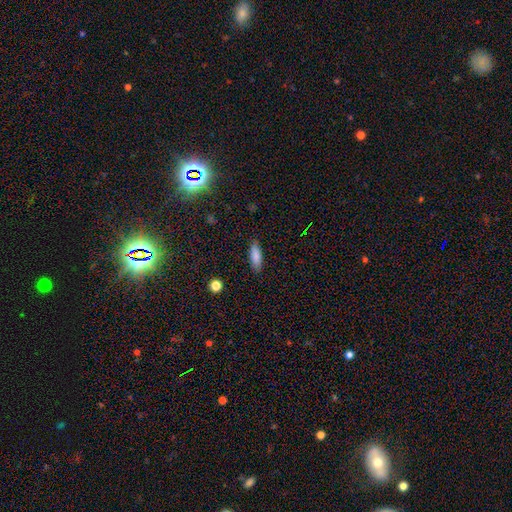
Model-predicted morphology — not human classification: This appears to be a smooth galaxy with no disk features (84%) that is in between round and cigar-shaped (60%). Merging: none (84%).